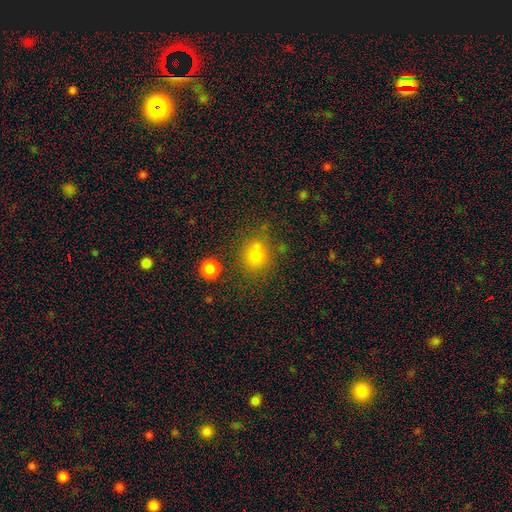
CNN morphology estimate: type=smooth (77%); roundness=round (68%); merging=none (70%).